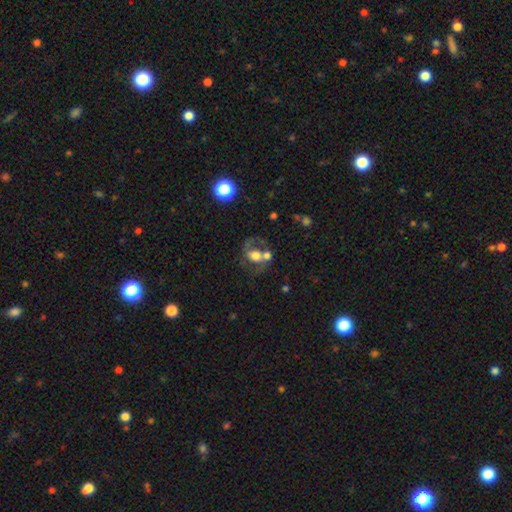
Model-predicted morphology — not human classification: This appears to be a featured or disk galaxy (47%). Merging: none (36%).